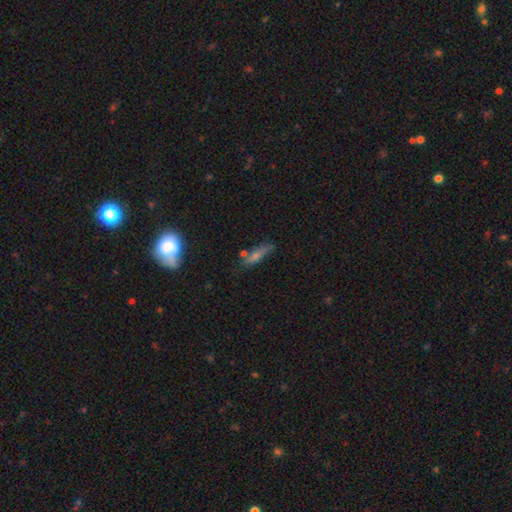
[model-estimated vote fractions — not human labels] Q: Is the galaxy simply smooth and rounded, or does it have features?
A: smooth — 52%.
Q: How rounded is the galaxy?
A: cigar-shaped — 68%.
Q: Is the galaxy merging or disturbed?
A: none — 69%.